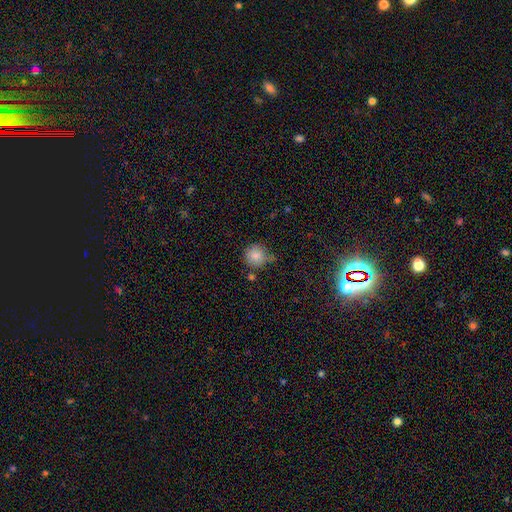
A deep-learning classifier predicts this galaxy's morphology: Smooth or featured?
  - smooth: 83% *
  - star or artifact: 10%
  - featured or disk: 7%
How rounded?
  - round: 92% *
  - in between: 7%
  - cigar-shaped: 1%
Merging?
  - none: 63% *
  - minor disturbance: 23%
  - merger: 9%
  - major disturbance: 6%